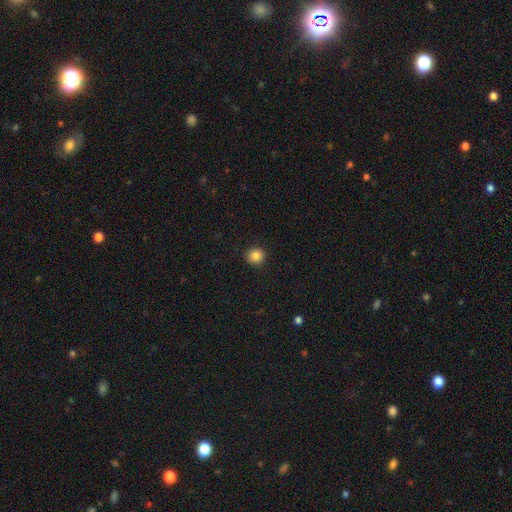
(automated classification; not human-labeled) This is clearly a smooth galaxy (85%). How rounded: clearly round (91%). Merging: clearly none (92%).